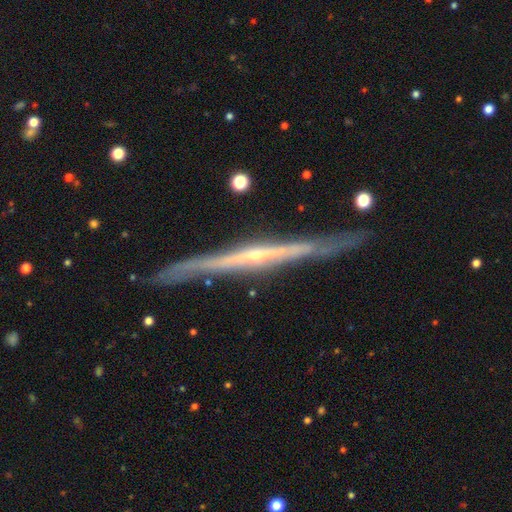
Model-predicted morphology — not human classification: Smooth or featured? Predicted: featured or disk (p=0.85). Edge-on disk? Predicted: yes (p=0.96). Edge-on bulge? Predicted: rounded (p=0.56). Merging? Predicted: none (p=0.83).